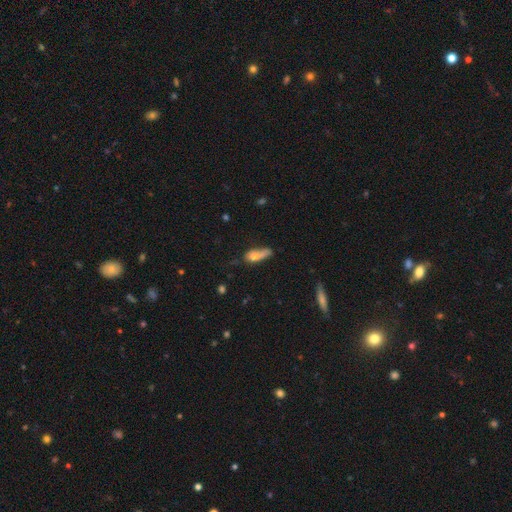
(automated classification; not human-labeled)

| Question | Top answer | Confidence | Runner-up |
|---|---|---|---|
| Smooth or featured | smooth | 70% | featured or disk (20%) |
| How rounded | in between | 59% | cigar-shaped (36%) |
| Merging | none | 30% | minor disturbance (27%) |